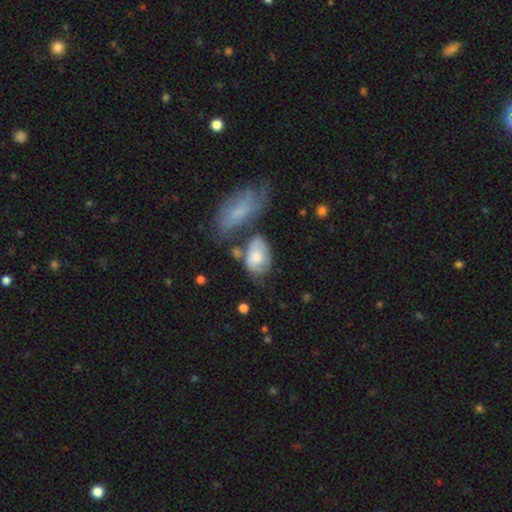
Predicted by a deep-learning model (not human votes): Q: Smooth or featured?
A: smooth (53%); runner-up: featured or disk (41%)
Q: How rounded?
A: in between (85%); runner-up: round (13%)
Q: Merging?
A: none (32%); runner-up: minor disturbance (25%)